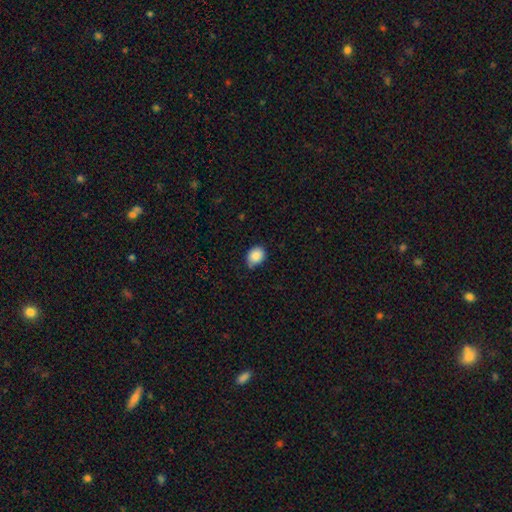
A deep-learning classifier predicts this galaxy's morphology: Smooth or featured? smooth (88%)
How rounded? in between (51%)
Merging? none (66%)